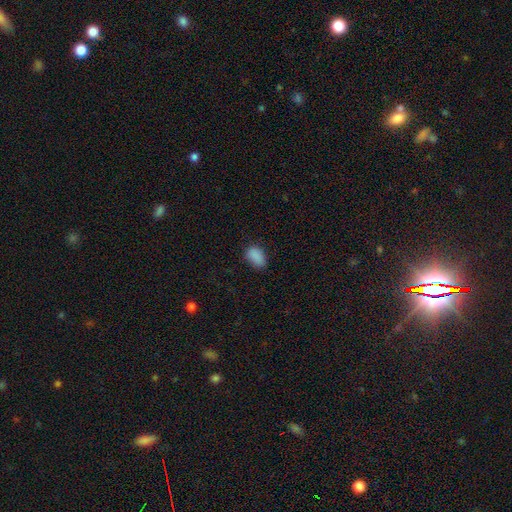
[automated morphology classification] type=smooth (87%); roundness=in between (88%); merging=none (74%).